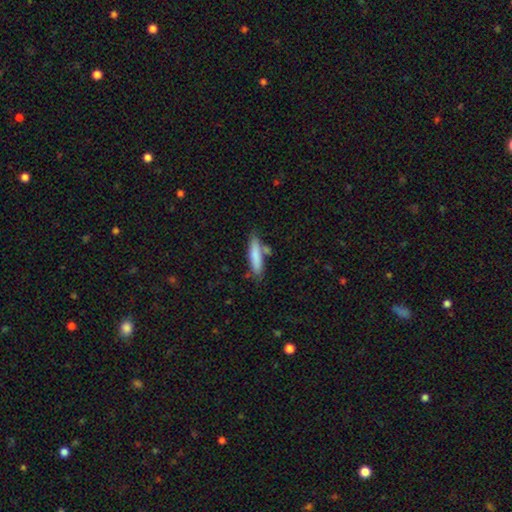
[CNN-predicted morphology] smooth-or-featured: smooth: 80% | featured or disk: 14% | star or artifact: 6%
  how-rounded: cigar-shaped: 79% | in between: 19% | round: 2%
  merging: none: 69% | minor disturbance: 15% | merger: 13% | major disturbance: 4%